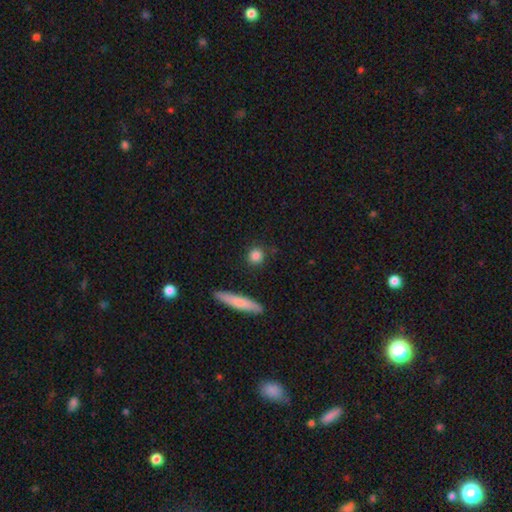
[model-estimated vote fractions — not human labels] A smooth galaxy with no disk features (84%) that is round (83%). Merging: none (86%).